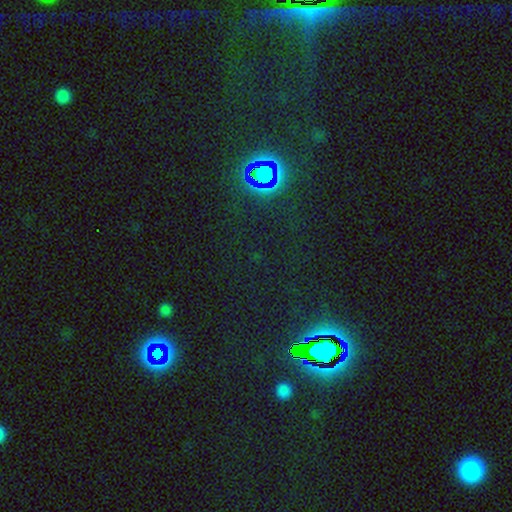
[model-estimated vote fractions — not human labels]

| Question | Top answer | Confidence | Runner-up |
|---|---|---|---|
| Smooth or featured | star or artifact | 76% | smooth (13%) |